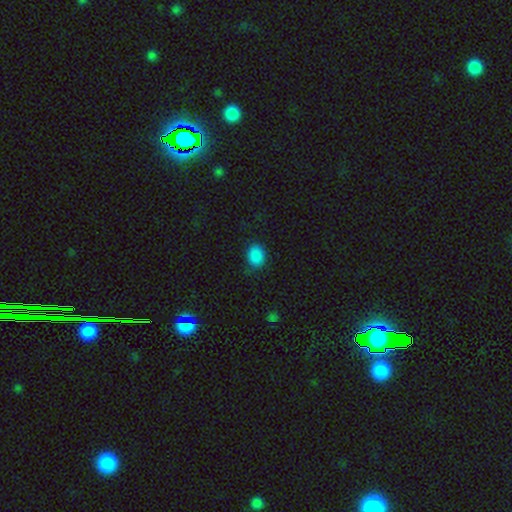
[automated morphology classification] type=smooth (87%); roundness=in between (53%); merging=none (80%).